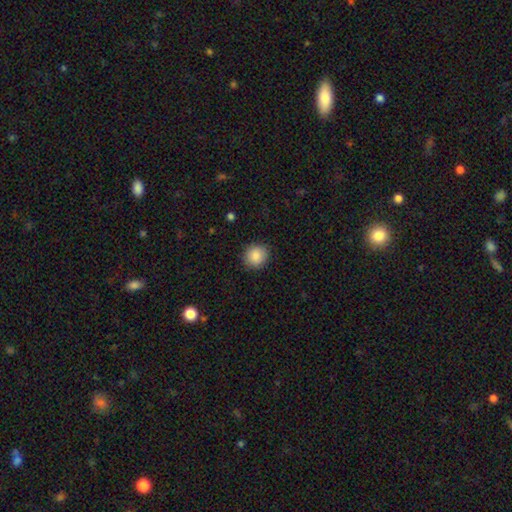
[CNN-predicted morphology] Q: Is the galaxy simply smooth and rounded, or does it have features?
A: smooth — 88%.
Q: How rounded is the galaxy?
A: round — 89%.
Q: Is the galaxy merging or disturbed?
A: none — 90%.